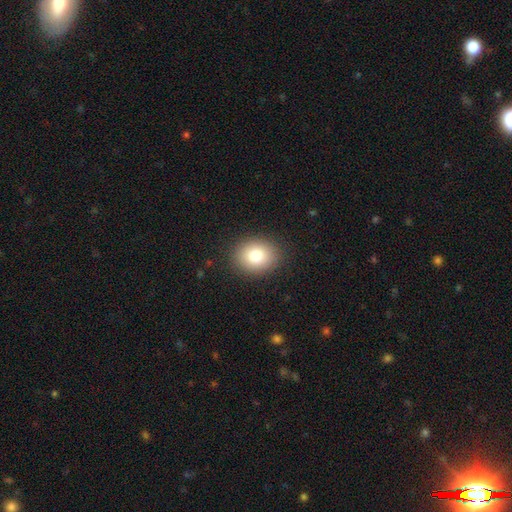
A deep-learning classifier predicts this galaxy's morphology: Smooth or featured?
  - smooth: 84% *
  - star or artifact: 9%
  - featured or disk: 7%
How rounded?
  - in between: 55% *
  - round: 45%
  - cigar-shaped: 1%
Merging?
  - none: 88% *
  - minor disturbance: 9%
  - major disturbance: 3%
  - merger: 1%